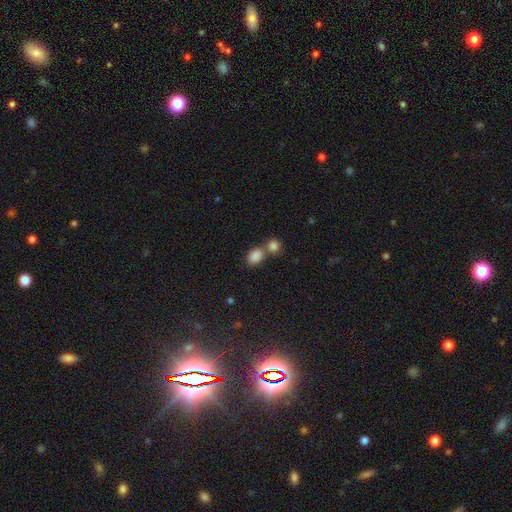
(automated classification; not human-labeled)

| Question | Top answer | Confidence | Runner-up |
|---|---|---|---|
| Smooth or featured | smooth | 85% | star or artifact (9%) |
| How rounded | in between | 68% | round (31%) |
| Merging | merger | 45% | none (42%) |